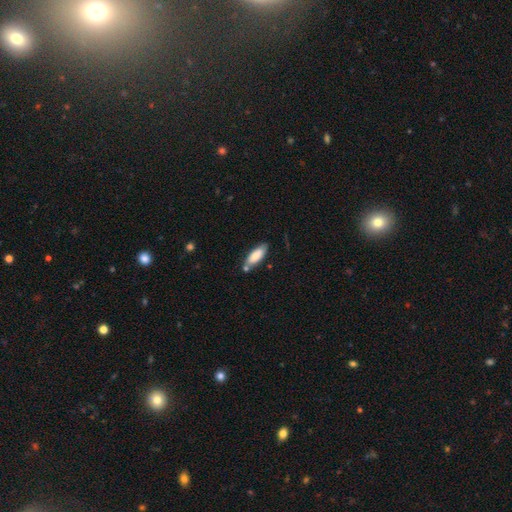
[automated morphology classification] Smooth or featured? smooth (79%)
How rounded? in between (72%)
Merging? none (63%)